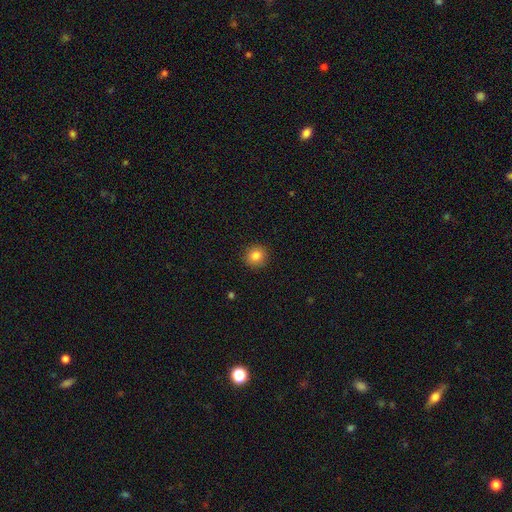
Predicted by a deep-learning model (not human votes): Smooth or featured? Predicted: smooth (p=0.83). How rounded? Predicted: round (p=0.92). Merging? Predicted: none (p=0.92).